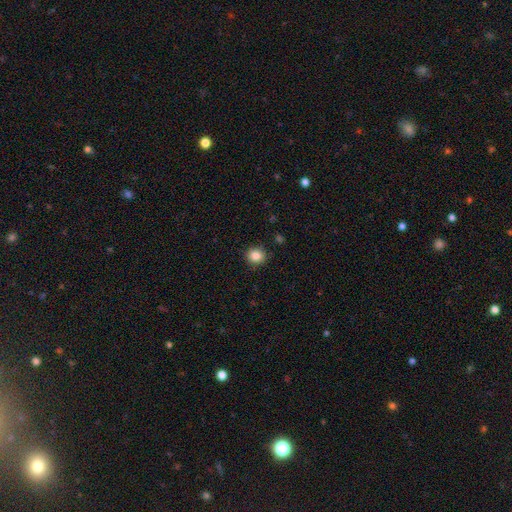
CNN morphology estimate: smooth 86%, star or artifact 10%, featured or disk 4%. Down the decision tree: how rounded — round (87%); merging — none (88%).